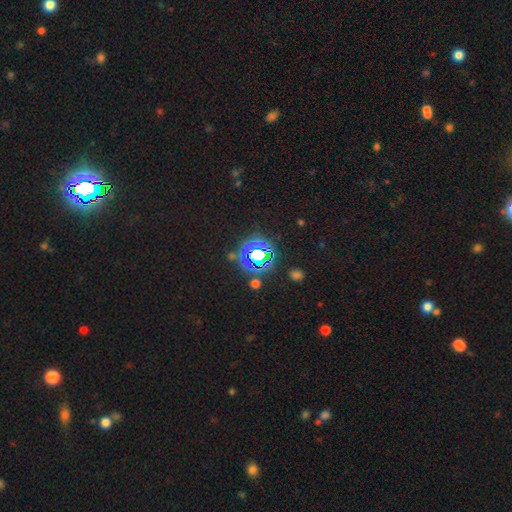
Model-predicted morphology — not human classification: Smooth or featured?
  - star or artifact: 76% *
  - smooth: 17%
  - featured or disk: 7%